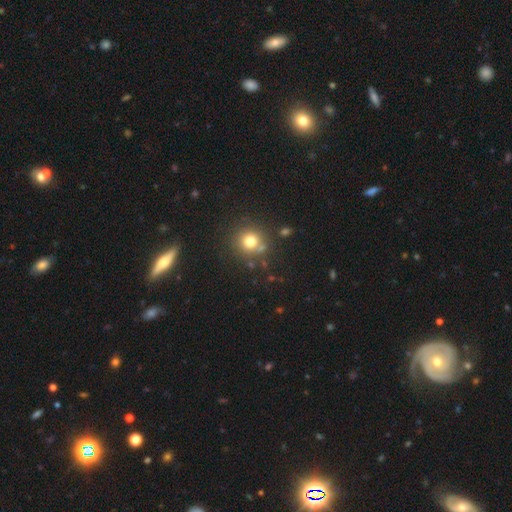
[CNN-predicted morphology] A smooth galaxy with no disk features (48%). Merging: none (80%).